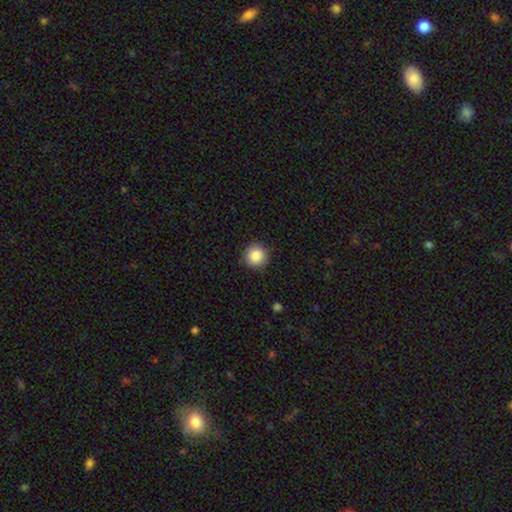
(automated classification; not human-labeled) Smooth or featured? Predicted: smooth (p=0.88). How rounded? Predicted: round (p=0.94). Merging? Predicted: none (p=0.90).